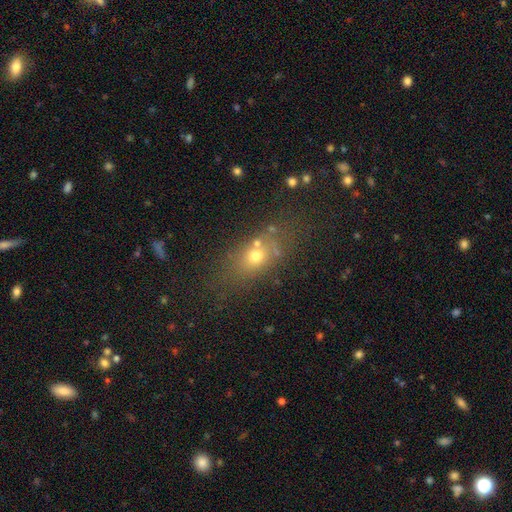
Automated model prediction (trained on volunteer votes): A smooth galaxy with no disk features (63%) that is in between round and cigar-shaped (63%). Merging: none (61%).